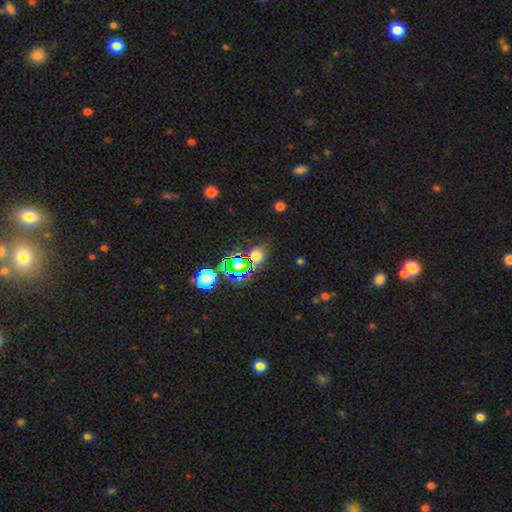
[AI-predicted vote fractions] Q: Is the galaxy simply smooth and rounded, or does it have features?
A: smooth — 52%.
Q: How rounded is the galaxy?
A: round — 74%.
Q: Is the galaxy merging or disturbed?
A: none — 76%.